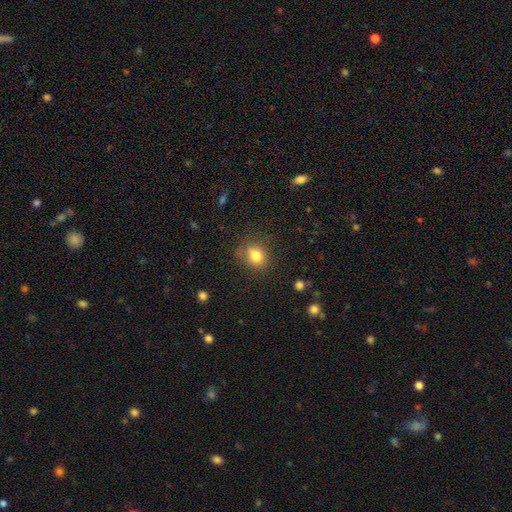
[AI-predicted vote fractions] A smooth galaxy with no disk features (80%) that is round (59%).

Vote fractions:
- Smooth or featured? smooth: 80% / star or artifact: 11% / featured or disk: 8%
- How rounded? round: 59% / in between: 39% / cigar-shaped: 1%
- Merging? none: 74% / minor disturbance: 18% / major disturbance: 6% / merger: 2%